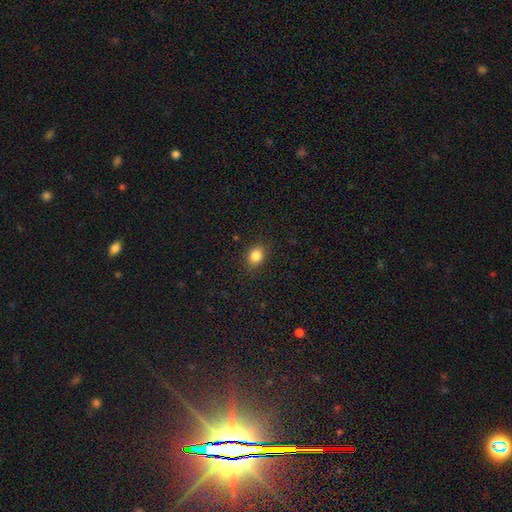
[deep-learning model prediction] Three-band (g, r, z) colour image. It shows a smooth galaxy with no disk features (84%) that is round (51%). Merging: none (87%).